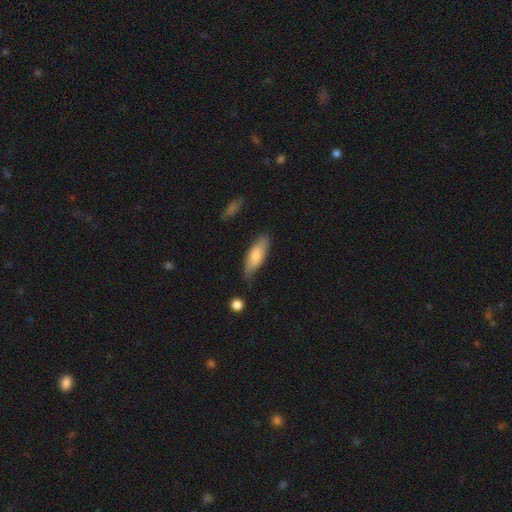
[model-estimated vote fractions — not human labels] This appears to be a smooth galaxy with no disk features (74%) that is in between round and cigar-shaped (62%). Merging: none (73%).